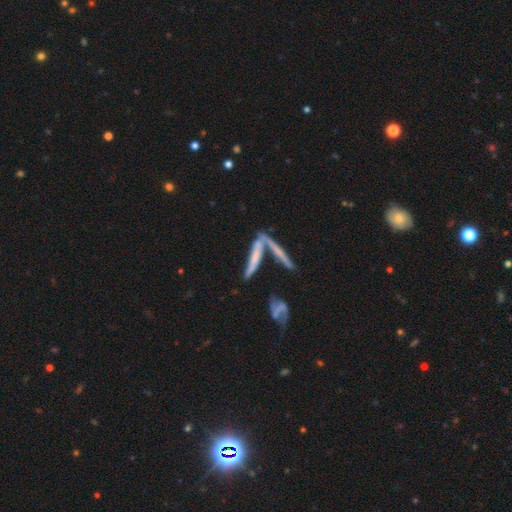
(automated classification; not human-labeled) Overall: featured or disk (54%; smooth 36%). Edge-on disk: yes (71%). Merging: merger (43%; none 36%).